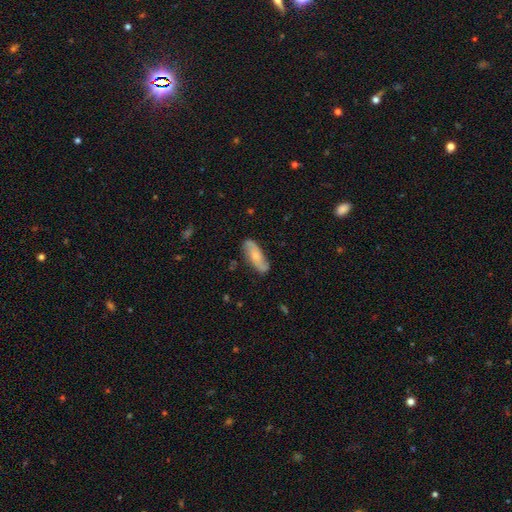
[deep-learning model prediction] This is possibly a featured or disk galaxy (53%). It is clearly not viewed edge-on (87%). Merging: clearly none (81%).